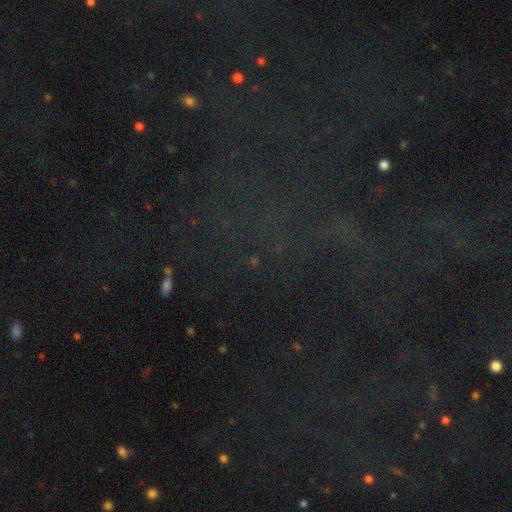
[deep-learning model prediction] The model was most divided on "smooth or featured": star or artifact: 75%, smooth: 15%, featured or disk: 10%.